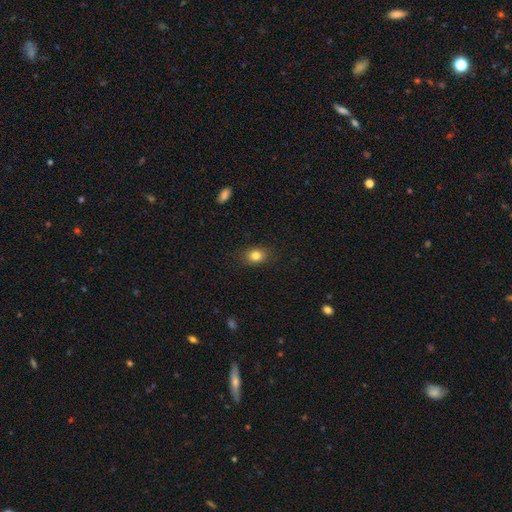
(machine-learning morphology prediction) The model was most divided on "how rounded": in between: 60%, round: 38%, cigar-shaped: 1%. More confident: merging — none (87%); smooth or featured — smooth (82%).